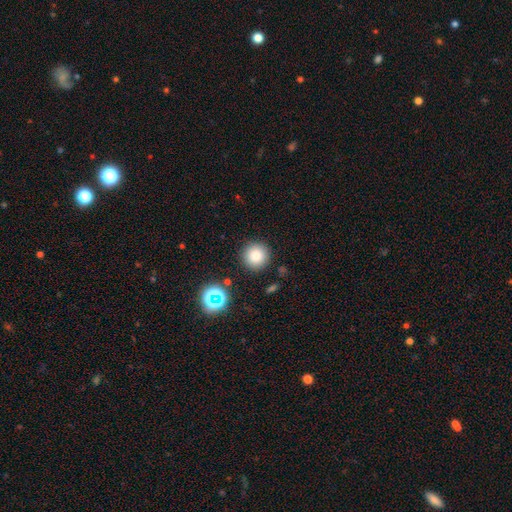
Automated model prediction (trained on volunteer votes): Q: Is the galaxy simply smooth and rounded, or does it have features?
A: smooth — 79%.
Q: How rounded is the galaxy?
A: round — 95%.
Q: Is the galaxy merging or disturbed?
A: none — 89%.